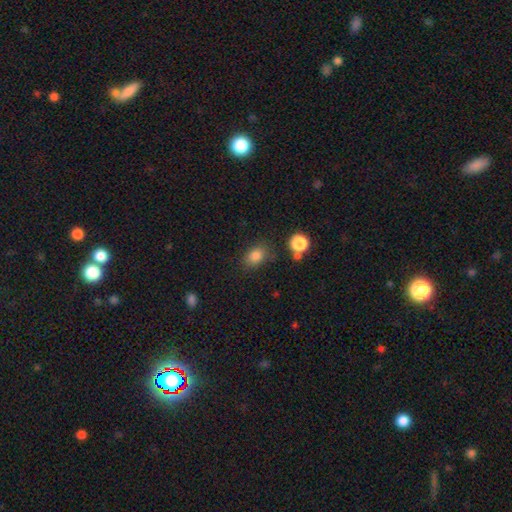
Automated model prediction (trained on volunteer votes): The model was most divided on "how rounded": in between: 66%, round: 33%, cigar-shaped: 1%. More confident: smooth or featured — smooth (82%); merging — none (77%).